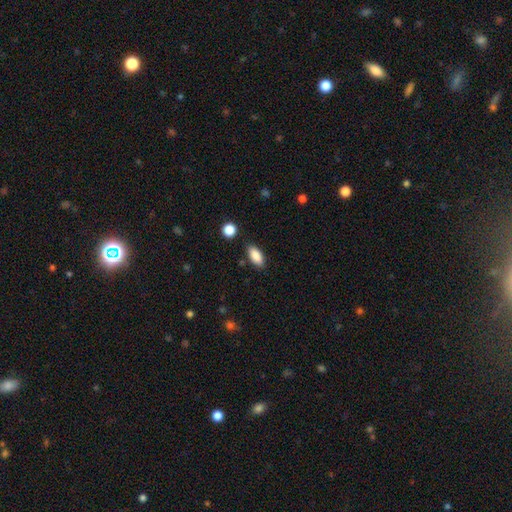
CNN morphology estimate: smooth 88%, star or artifact 7%, featured or disk 5%. Down the decision tree: how rounded — in between (88%); merging — none (85%).